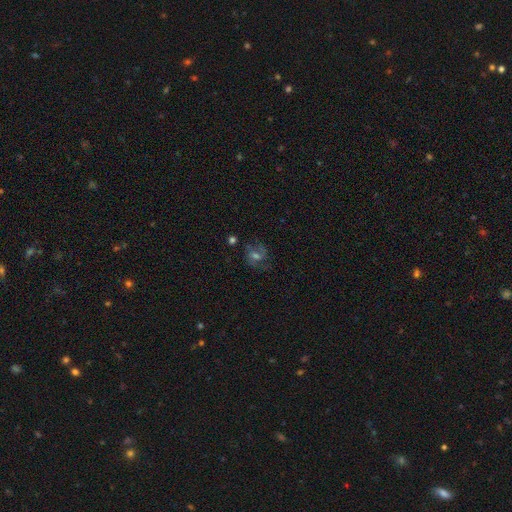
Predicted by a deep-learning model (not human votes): featured or disk 61%, smooth 21%, star or artifact 18%. Down the decision tree: edge-on disk — no (97%); bar — weak (48%); spiral arms — yes (87%); spiral arm count — 2 (68%); spiral winding — medium (52%); bulge size — moderate (51%); merging — none (68%).